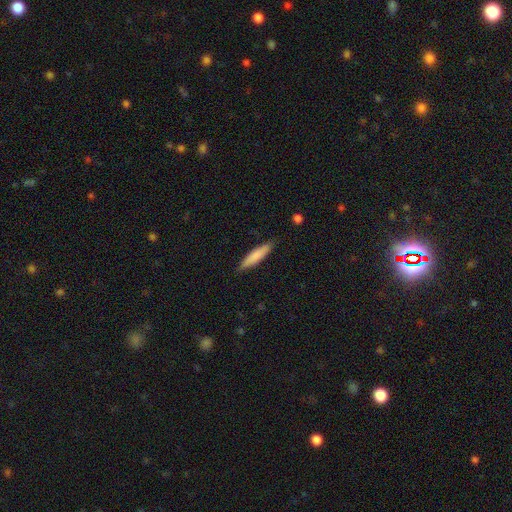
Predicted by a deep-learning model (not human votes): Q: Smooth or featured?
A: smooth (76%); runner-up: featured or disk (18%)
Q: How rounded?
A: cigar-shaped (83%); runner-up: in between (16%)
Q: Merging?
A: none (85%); runner-up: minor disturbance (11%)